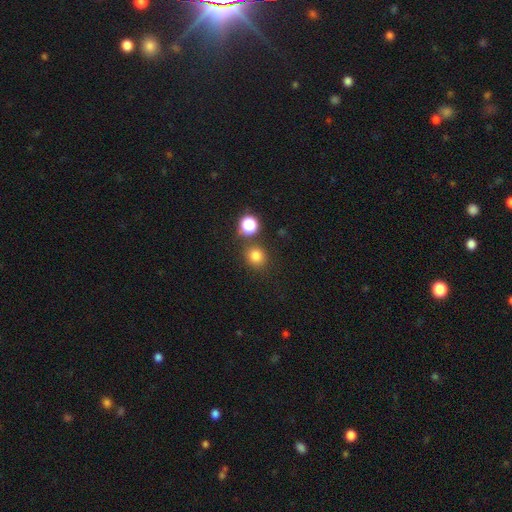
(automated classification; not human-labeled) Smooth or featured: smooth — 79% (star or artifact — 16%)
How rounded: round — 84% (in between — 15%)
Merging: none — 79% (minor disturbance — 9%)